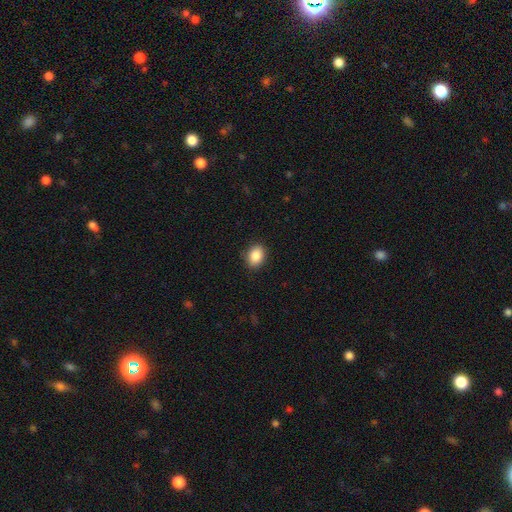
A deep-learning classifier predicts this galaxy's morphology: Smooth or featured? Predicted: smooth (p=0.88). How rounded? Predicted: in between (p=0.66). Merging? Predicted: none (p=0.87).